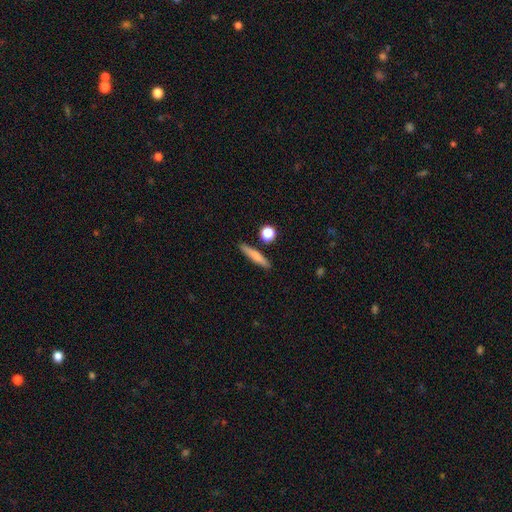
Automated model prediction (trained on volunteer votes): Smooth or featured? smooth (73%)
How rounded? cigar-shaped (87%)
Merging? none (86%)